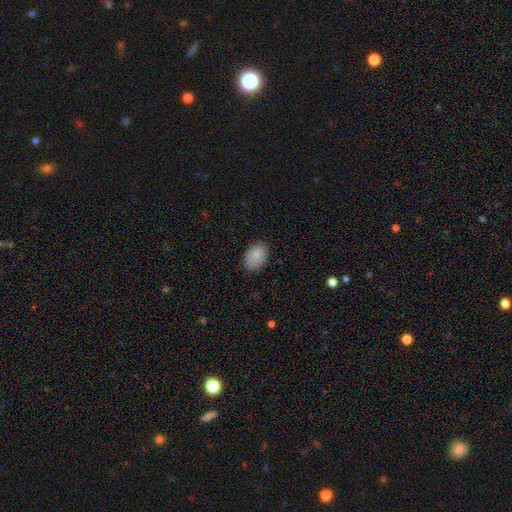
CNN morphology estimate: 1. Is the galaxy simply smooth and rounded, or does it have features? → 87% smooth, 7% star or artifact, 6% featured or disk.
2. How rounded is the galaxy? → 83% in between, 16% round, 1% cigar-shaped.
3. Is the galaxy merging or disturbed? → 83% none, 13% minor disturbance, 3% major disturbance, 1% merger.